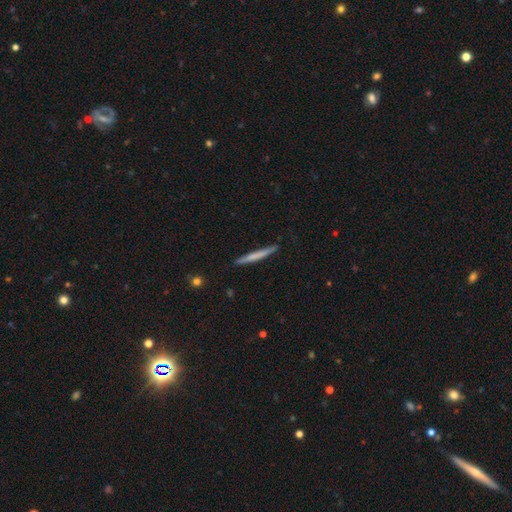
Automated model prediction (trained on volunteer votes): A smooth galaxy with no disk features (60%) that is cigar-shaped (97%). Merging: none (88%).